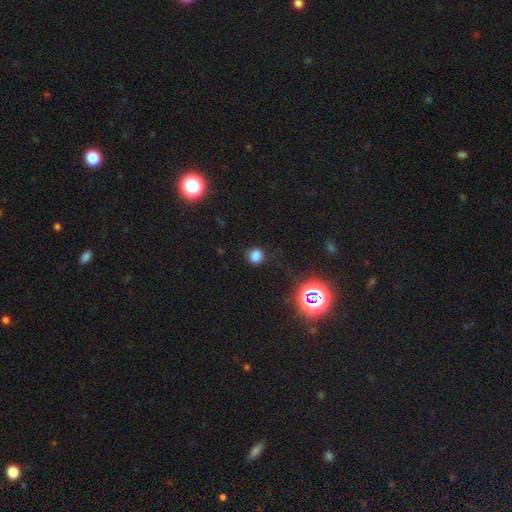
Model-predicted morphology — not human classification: Smooth or featured? smooth (75%)
How rounded? round (70%)
Merging? none (79%)